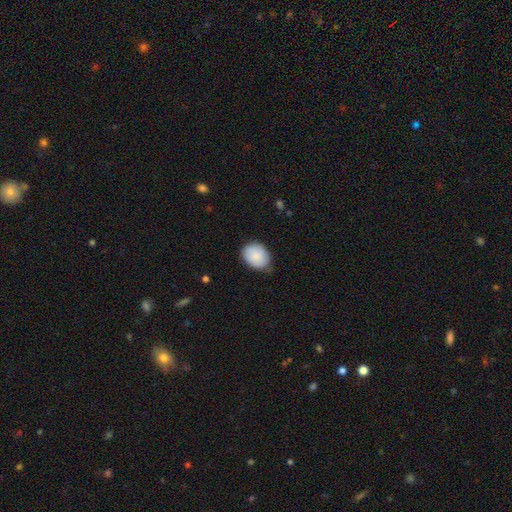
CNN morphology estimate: Q: Smooth or featured?
A: smooth (87%); runner-up: featured or disk (7%)
Q: How rounded?
A: in between (57%); runner-up: round (42%)
Q: Merging?
A: none (65%); runner-up: minor disturbance (30%)